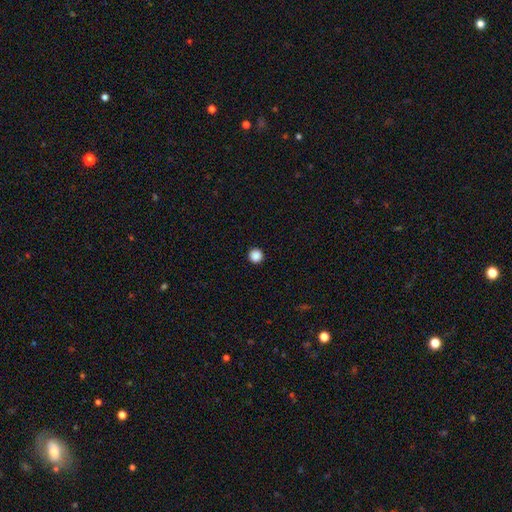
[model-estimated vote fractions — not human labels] Q: Smooth or featured?
A: smooth (87%); runner-up: star or artifact (11%)
Q: How rounded?
A: round (96%); runner-up: in between (3%)
Q: Merging?
A: none (94%); runner-up: minor disturbance (4%)